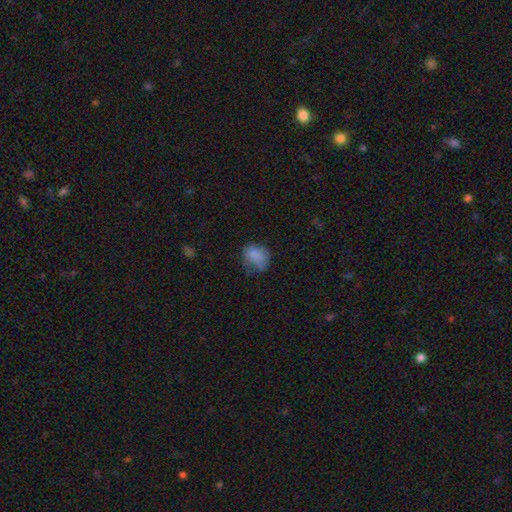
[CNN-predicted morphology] Overall: smooth (78%). How rounded: round (50%; in between 49%). Merging: none (46%; minor disturbance 32%).